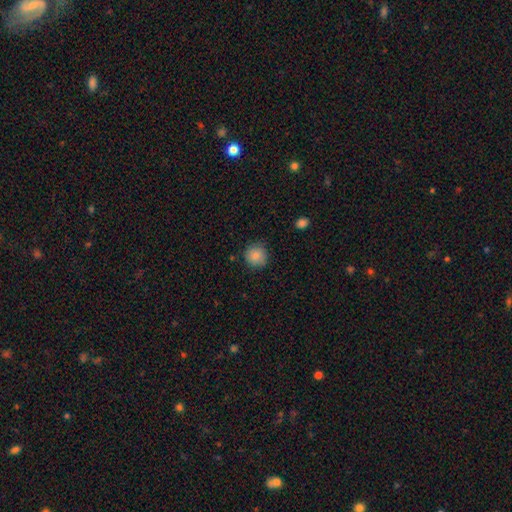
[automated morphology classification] Smooth or featured? Predicted: smooth (p=0.83). How rounded? Predicted: round (p=0.92). Merging? Predicted: none (p=0.83).